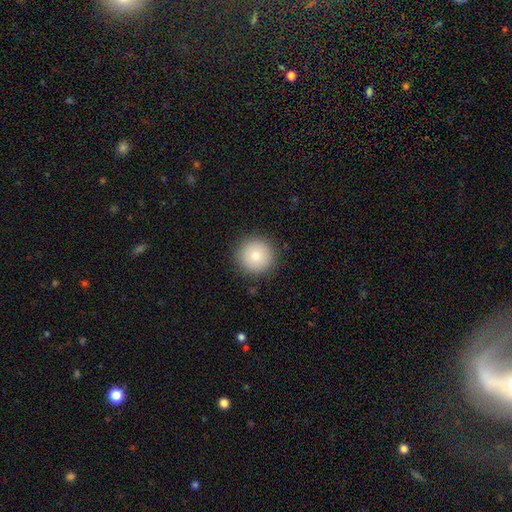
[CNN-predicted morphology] Smooth or featured? Predicted: smooth (p=0.83). How rounded? Predicted: round (p=0.95). Merging? Predicted: none (p=0.90).